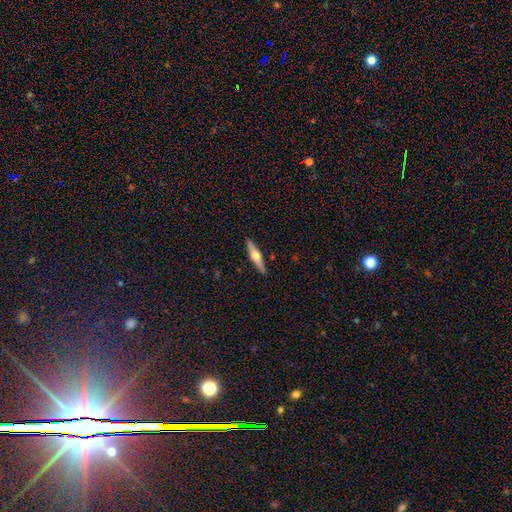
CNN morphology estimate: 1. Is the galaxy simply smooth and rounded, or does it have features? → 56% featured or disk, 38% smooth, 5% star or artifact.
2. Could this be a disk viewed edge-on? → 94% yes, 6% no.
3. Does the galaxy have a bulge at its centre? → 94% rounded, 3% none, 3% boxy.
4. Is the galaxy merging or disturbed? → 91% none, 7% minor disturbance, 1% major disturbance, 1% merger.